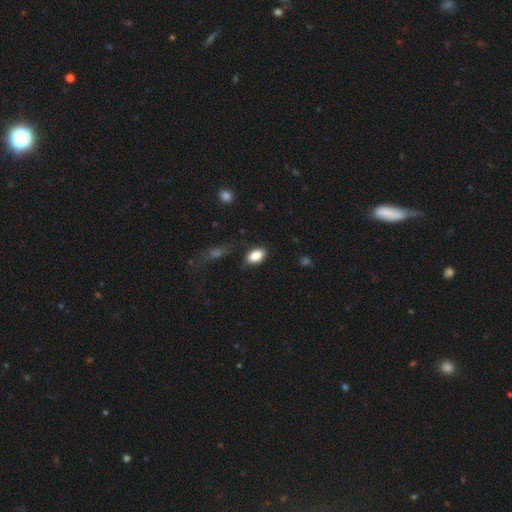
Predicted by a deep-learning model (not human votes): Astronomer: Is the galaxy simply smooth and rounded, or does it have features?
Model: smooth — 86%.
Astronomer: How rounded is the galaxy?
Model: in between — 89%.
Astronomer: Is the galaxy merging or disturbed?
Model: none — 83%.